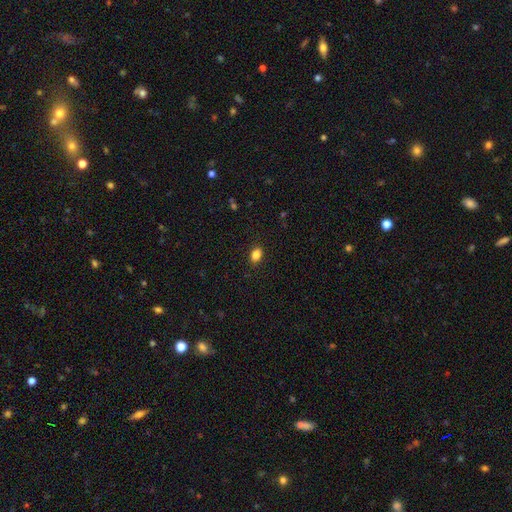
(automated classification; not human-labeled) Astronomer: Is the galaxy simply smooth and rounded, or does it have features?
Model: smooth — 85%.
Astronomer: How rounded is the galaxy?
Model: in between — 74%.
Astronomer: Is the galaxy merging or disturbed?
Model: none — 88%.